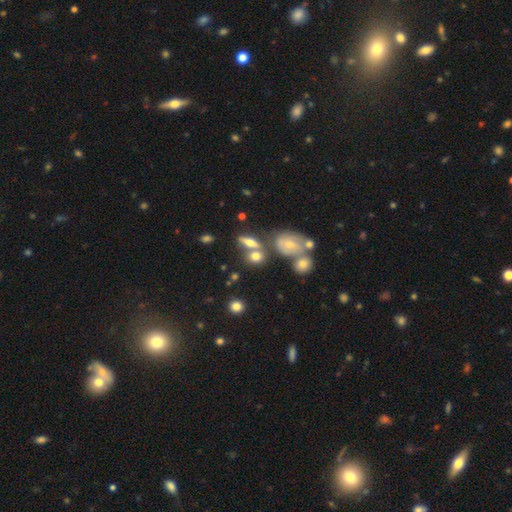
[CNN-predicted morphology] Q: Smooth or featured?
A: smooth (64%); runner-up: featured or disk (23%)
Q: How rounded?
A: in between (53%); runner-up: round (35%)
Q: Merging?
A: none (48%); runner-up: merger (33%)